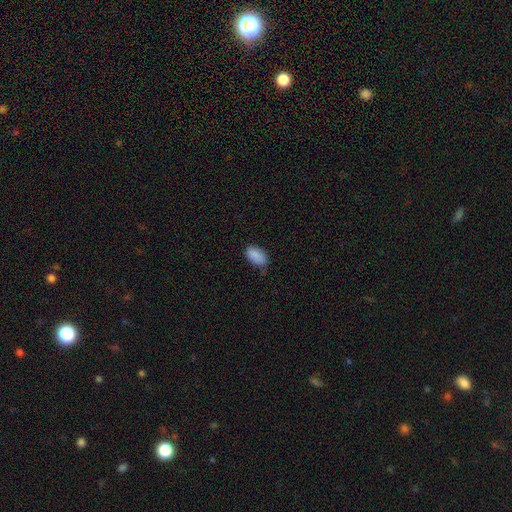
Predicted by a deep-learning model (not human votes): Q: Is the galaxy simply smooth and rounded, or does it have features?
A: smooth — 89%.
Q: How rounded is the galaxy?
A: in between — 93%.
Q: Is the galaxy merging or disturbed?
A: none — 69%.